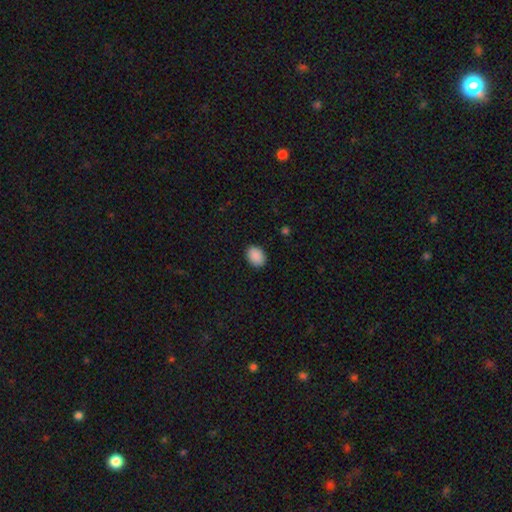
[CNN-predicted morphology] Overall: smooth (90%). How rounded: in between (73%). Merging: none (88%).